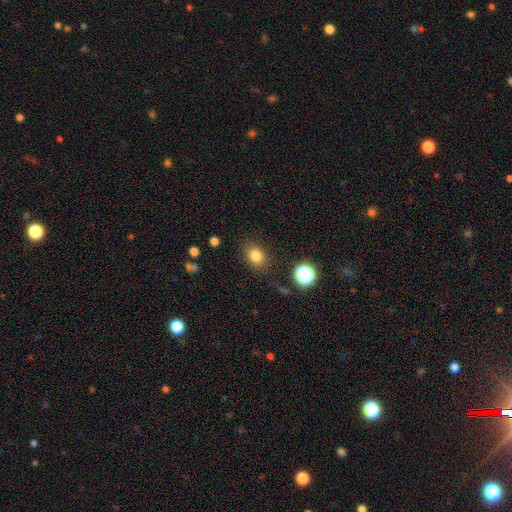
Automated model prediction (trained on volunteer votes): Smooth or featured?
  - smooth: 81% *
  - star or artifact: 13%
  - featured or disk: 6%
How rounded?
  - in between: 57% *
  - round: 41%
  - cigar-shaped: 1%
Merging?
  - none: 82% *
  - minor disturbance: 12%
  - major disturbance: 4%
  - merger: 2%